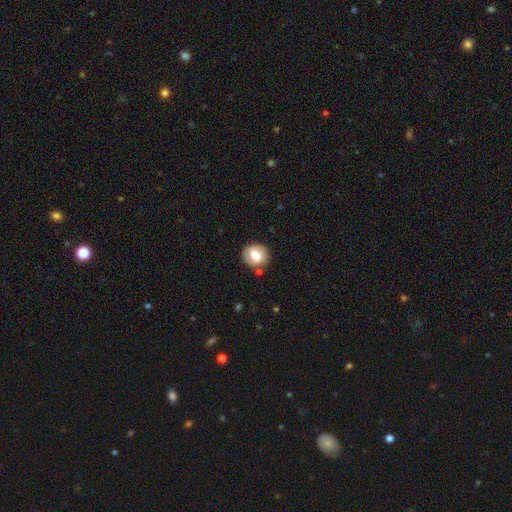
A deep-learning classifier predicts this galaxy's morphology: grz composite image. It shows a smooth galaxy with no disk features (65%) that is round (78%). Merging: none (78%).